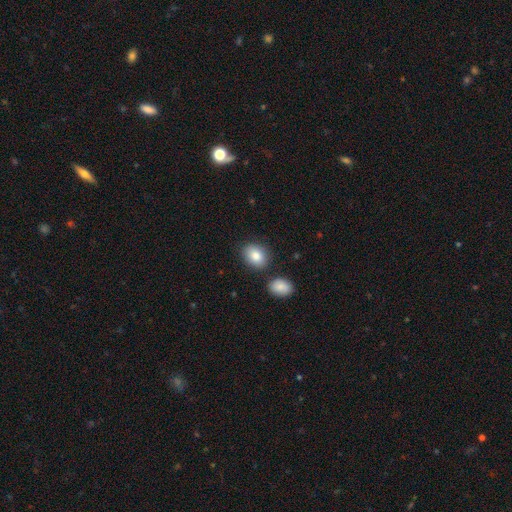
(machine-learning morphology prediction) This is clearly a smooth galaxy (85%). How rounded: likely in between (60%). Merging: likely none (79%).